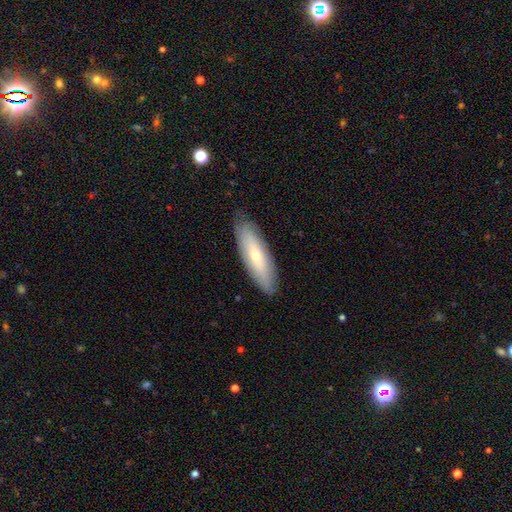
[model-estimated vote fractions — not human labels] Smooth or featured? smooth (54%)
How rounded? cigar-shaped (56%)
Merging? none (84%)